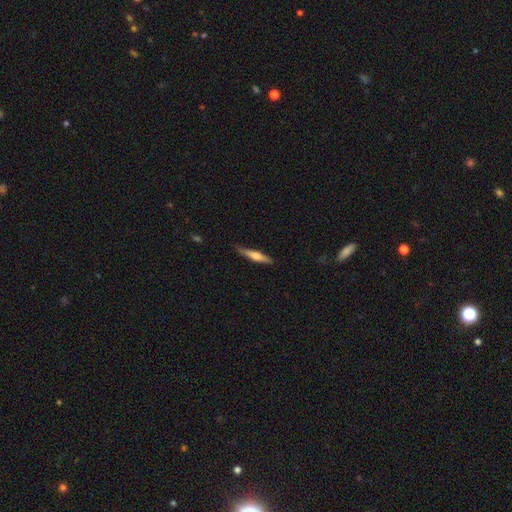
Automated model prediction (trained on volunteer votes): The model was most divided on "smooth or featured": featured or disk: 51%, smooth: 43%, star or artifact: 6%. More confident: edge-on disk — yes (96%); merging — none (83%).